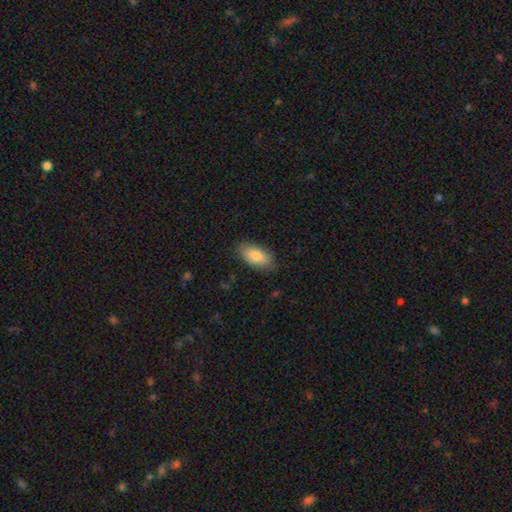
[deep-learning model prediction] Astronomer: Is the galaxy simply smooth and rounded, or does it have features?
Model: smooth — 82%.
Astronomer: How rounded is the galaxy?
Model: in between — 92%.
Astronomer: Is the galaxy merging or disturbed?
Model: none — 82%.